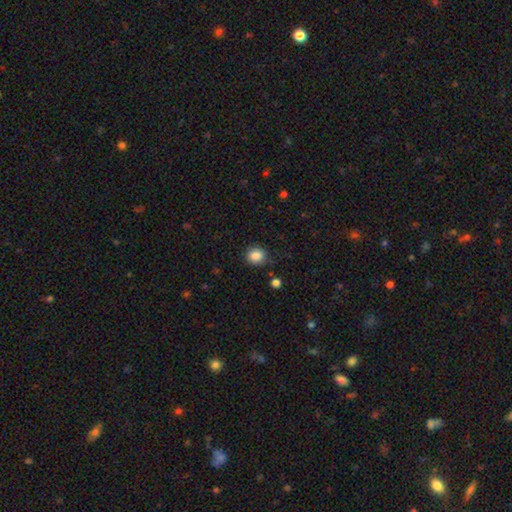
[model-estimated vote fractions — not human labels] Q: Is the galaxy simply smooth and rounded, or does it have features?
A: smooth — 86%.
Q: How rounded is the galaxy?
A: round — 71%.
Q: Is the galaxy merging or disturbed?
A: none — 79%.